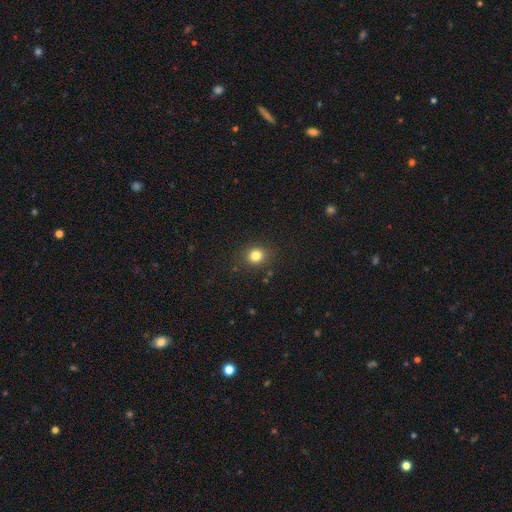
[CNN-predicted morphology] type=smooth (81%); roundness=round (83%); merging=none (87%).